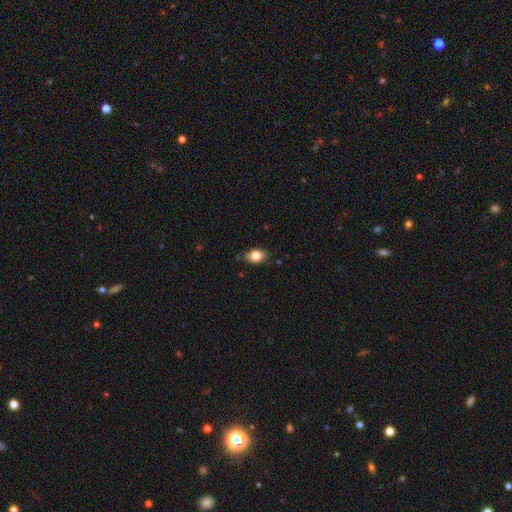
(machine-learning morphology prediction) Smooth or featured?
  - smooth: 81% *
  - featured or disk: 10%
  - star or artifact: 9%
How rounded?
  - in between: 77% *
  - round: 21%
  - cigar-shaped: 2%
Merging?
  - none: 79% *
  - minor disturbance: 17%
  - major disturbance: 3%
  - merger: 1%